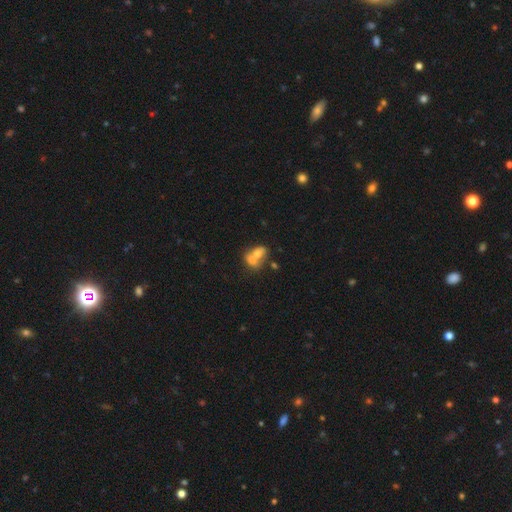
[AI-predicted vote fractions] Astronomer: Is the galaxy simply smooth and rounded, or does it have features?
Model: smooth — 68%.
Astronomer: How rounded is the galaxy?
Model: in between — 69%.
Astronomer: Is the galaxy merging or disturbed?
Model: merger — 69%.